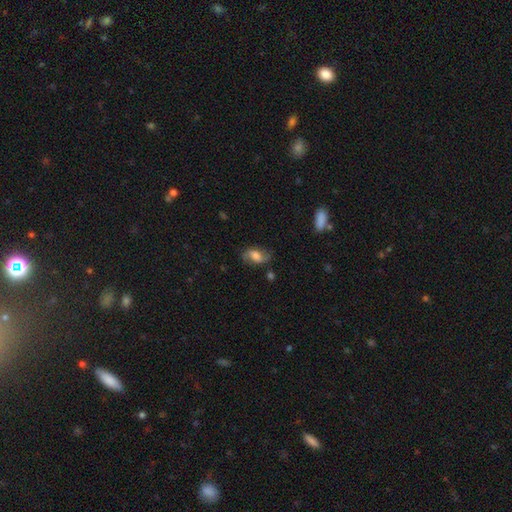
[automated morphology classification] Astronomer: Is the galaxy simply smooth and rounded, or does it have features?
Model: smooth — 57% (runner-up: featured or disk, 34%).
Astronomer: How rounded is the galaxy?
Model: in between — 86%.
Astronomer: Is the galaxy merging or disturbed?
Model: none — 66%.